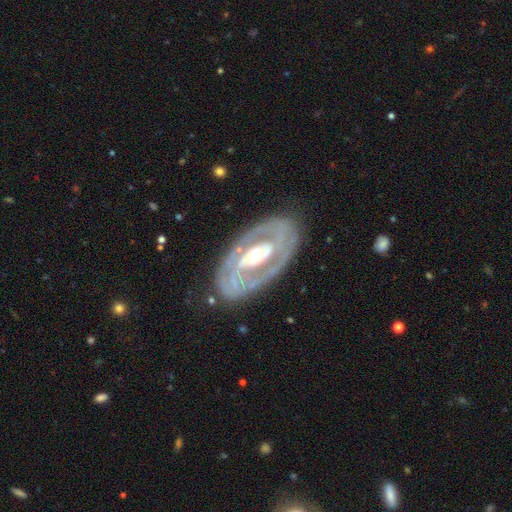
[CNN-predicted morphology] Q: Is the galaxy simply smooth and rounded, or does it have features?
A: featured or disk — 85%.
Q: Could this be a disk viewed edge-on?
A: no — 93%.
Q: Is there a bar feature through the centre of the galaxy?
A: no — 38%.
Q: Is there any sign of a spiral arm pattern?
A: yes — 74%.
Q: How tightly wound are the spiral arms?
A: tight — 64%.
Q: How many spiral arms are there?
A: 2 — 60%.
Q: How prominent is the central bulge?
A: moderate — 71%.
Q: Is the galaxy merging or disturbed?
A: none — 80%.